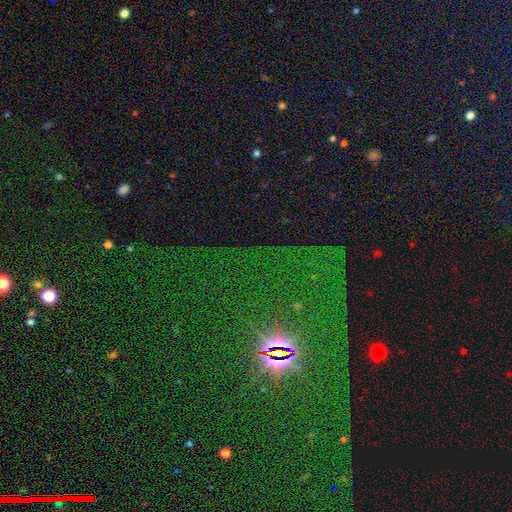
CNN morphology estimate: type=star or artifact (79%).